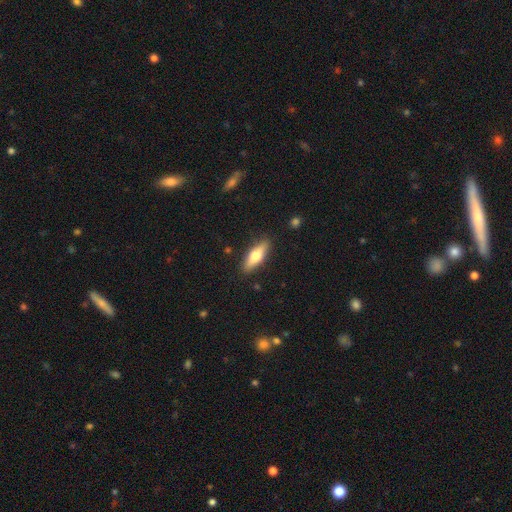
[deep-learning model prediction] Smooth or featured? Predicted: smooth (p=0.63). How rounded? Predicted: in between (p=0.50). Merging? Predicted: none (p=0.87).